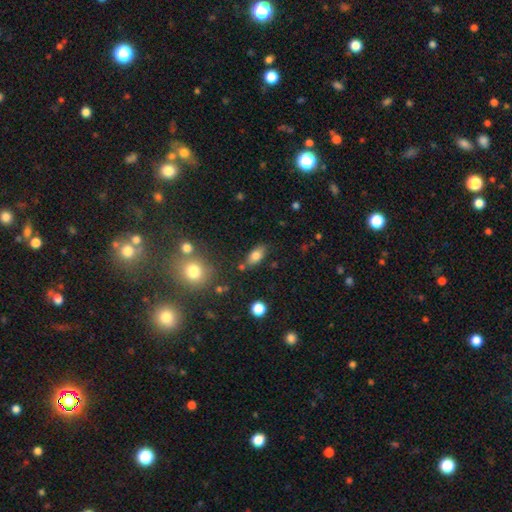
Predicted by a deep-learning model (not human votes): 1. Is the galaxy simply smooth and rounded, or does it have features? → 78% smooth, 12% featured or disk, 9% star or artifact.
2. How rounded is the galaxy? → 85% in between, 9% cigar-shaped, 6% round.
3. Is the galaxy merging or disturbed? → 75% none, 14% minor disturbance, 7% merger, 4% major disturbance.